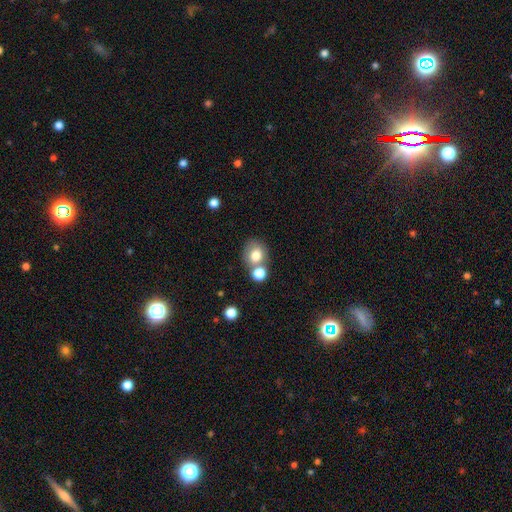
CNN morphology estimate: The model was most divided on "merging": none: 50%, merger: 35%, minor disturbance: 11%, major disturbance: 5%. More confident: smooth or featured — smooth (76%); how rounded — round (68%).